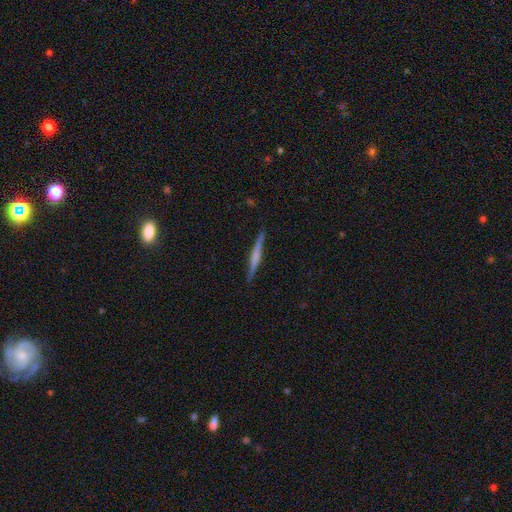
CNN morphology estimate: The model was most divided on "edge-on bulge": none: 45%, rounded: 34%, boxy: 21%. More confident: edge-on disk — yes (97%); merging — none (89%); smooth or featured — featured or disk (59%).